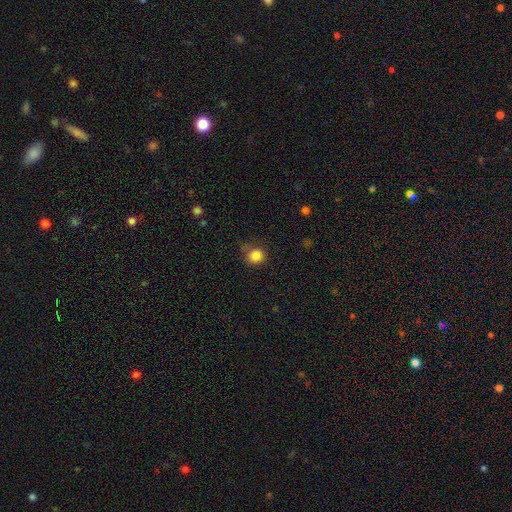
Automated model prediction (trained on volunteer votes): Smooth or featured? smooth (85%)
How rounded? round (85%)
Merging? none (72%)